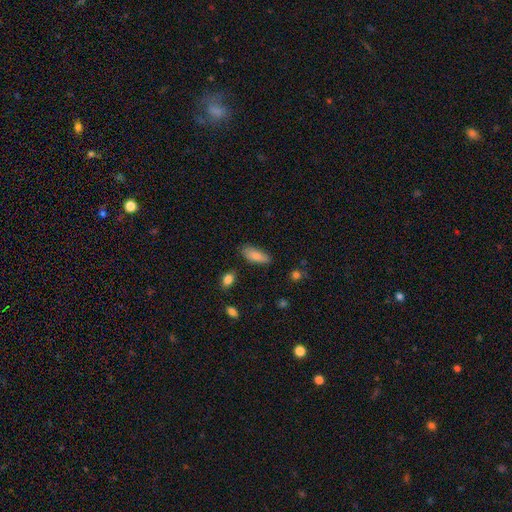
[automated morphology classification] Smooth or featured: smooth — 84% (featured or disk — 10%)
How rounded: in between — 75% (cigar-shaped — 23%)
Merging: none — 74% (minor disturbance — 20%)